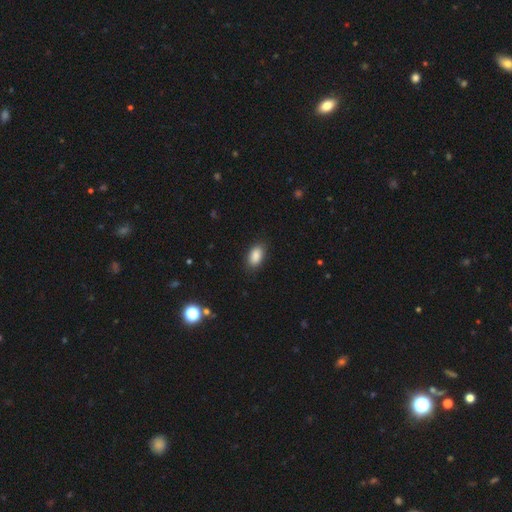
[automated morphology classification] This appears to be a smooth galaxy with no disk features (87%) that is in between round and cigar-shaped (92%). Merging: none (85%).